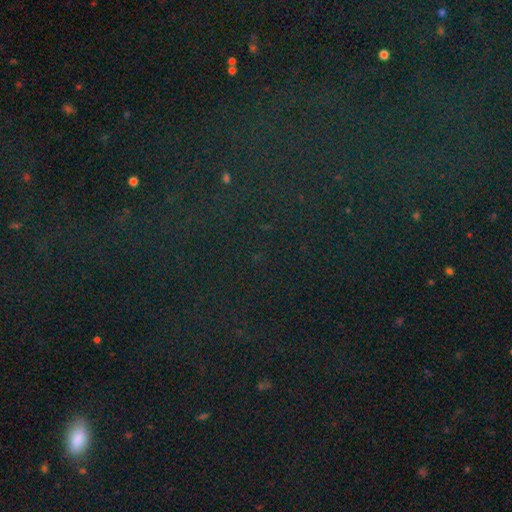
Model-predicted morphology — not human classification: Smooth or featured? star or artifact (79%)